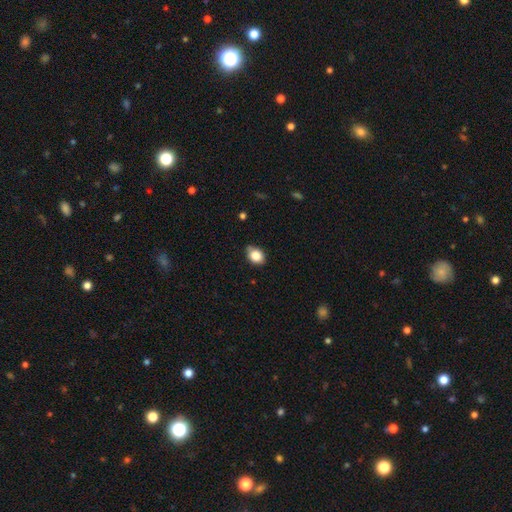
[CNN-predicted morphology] This appears to be a smooth galaxy with no disk features (83%) that is in between round and cigar-shaped (62%). Merging: none (71%).